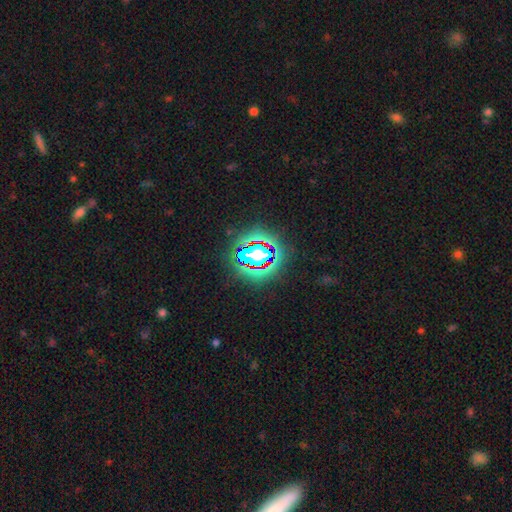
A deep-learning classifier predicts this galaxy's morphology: star or artifact 80%, smooth 12%, featured or disk 9%.